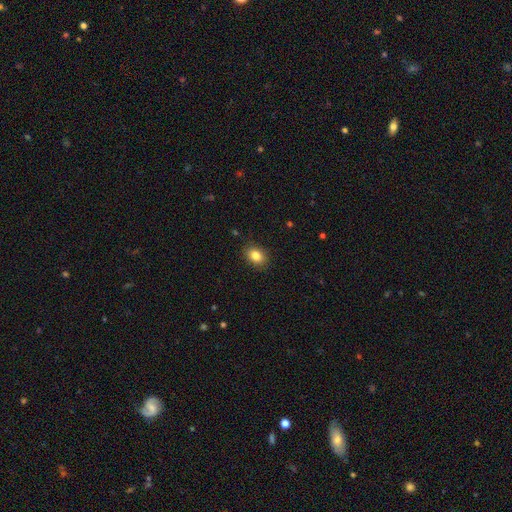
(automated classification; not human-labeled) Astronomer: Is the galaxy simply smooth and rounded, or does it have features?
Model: smooth — 84%.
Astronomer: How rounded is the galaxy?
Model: in between — 64%.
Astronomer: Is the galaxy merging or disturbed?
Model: none — 87%.